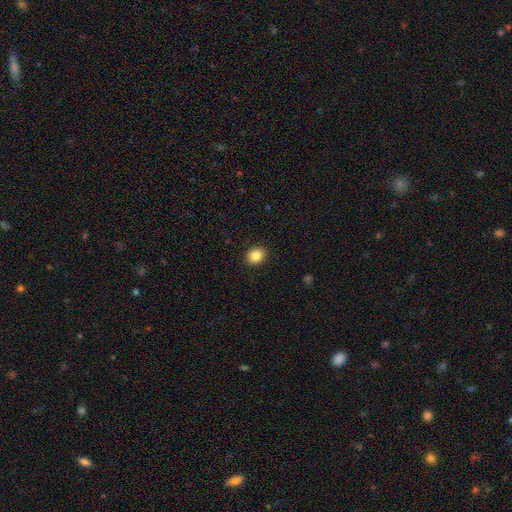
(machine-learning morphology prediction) Overall: smooth (86%). How rounded: round (62%; in between 37%). Merging: none (91%).